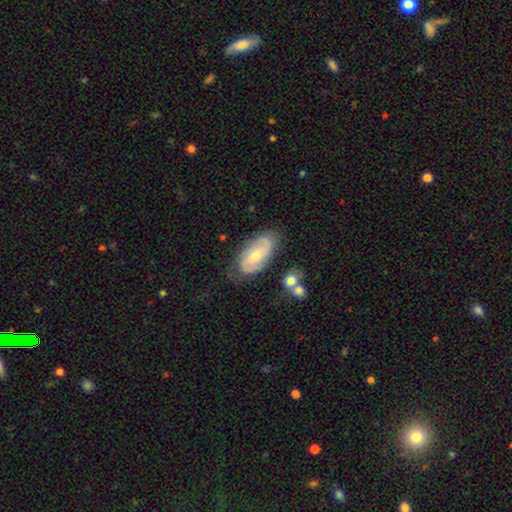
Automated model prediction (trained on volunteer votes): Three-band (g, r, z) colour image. It shows a featured or disk galaxy (69%) with no bar (48%), 2 (76%) medium (44%) spiral arms (89%) and a moderate central bulge (50%). Merging: none (71%).